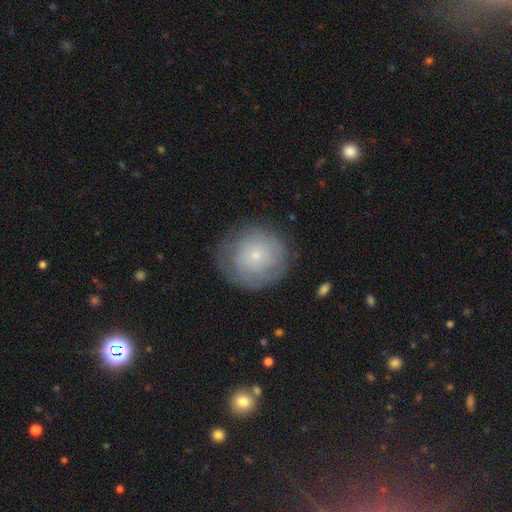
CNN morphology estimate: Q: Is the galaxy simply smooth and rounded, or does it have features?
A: smooth — 52%.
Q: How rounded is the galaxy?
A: round — 89%.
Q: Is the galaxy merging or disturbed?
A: none — 75%.